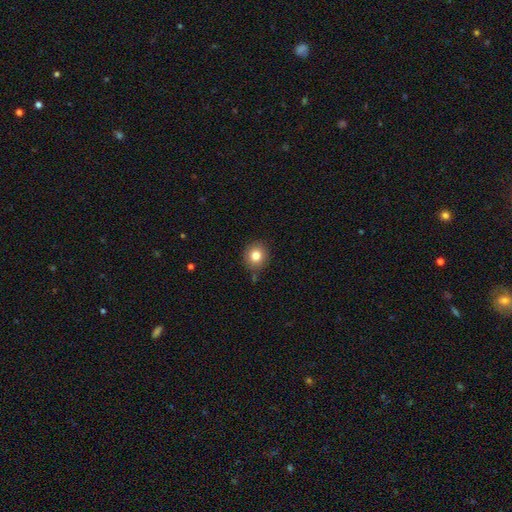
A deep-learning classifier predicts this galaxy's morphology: A smooth galaxy with no disk features (82%) that is round (85%).

Vote fractions:
- Smooth or featured? smooth: 82% / star or artifact: 11% / featured or disk: 7%
- How rounded? round: 85% / in between: 15% / cigar-shaped: 1%
- Merging? none: 81% / minor disturbance: 13% / merger: 3% / major disturbance: 3%